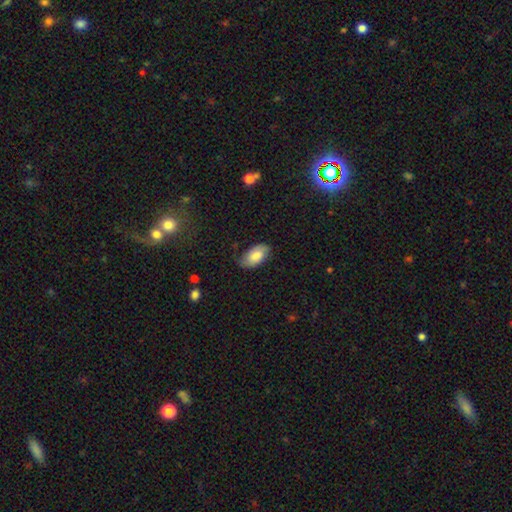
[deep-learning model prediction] A smooth galaxy with no disk features (75%) that is in between round and cigar-shaped (95%).

Vote fractions:
- Smooth or featured? smooth: 75% / featured or disk: 18% / star or artifact: 7%
- How rounded? in between: 95% / round: 3% / cigar-shaped: 2%
- Merging? none: 73% / minor disturbance: 21% / major disturbance: 4% / merger: 1%